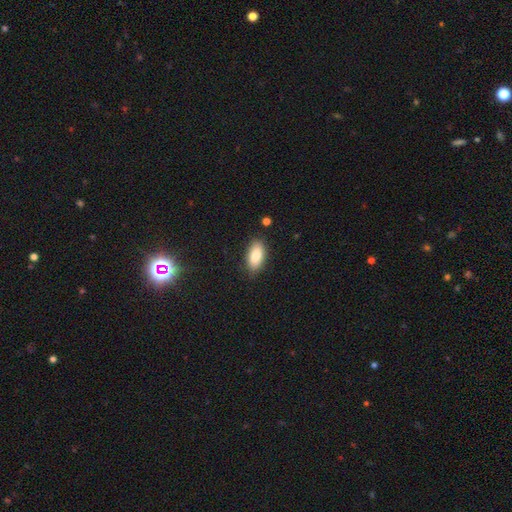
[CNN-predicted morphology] Smooth or featured: smooth — 86% (featured or disk — 8%)
How rounded: in between — 90% (cigar-shaped — 7%)
Merging: none — 84% (minor disturbance — 12%)